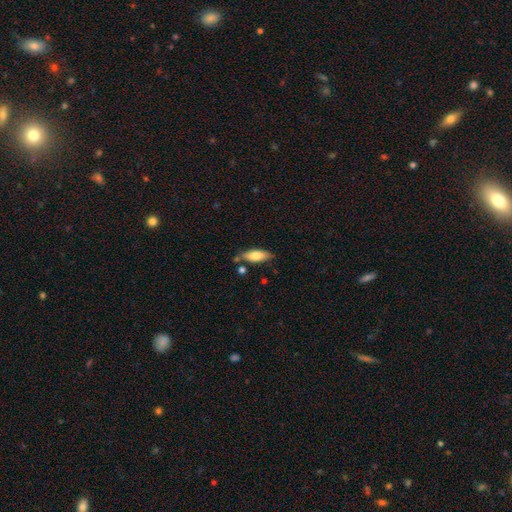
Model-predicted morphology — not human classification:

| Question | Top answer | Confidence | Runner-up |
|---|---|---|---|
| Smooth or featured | smooth | 75% | featured or disk (19%) |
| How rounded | in between | 73% | cigar-shaped (25%) |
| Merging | none | 75% | minor disturbance (16%) |